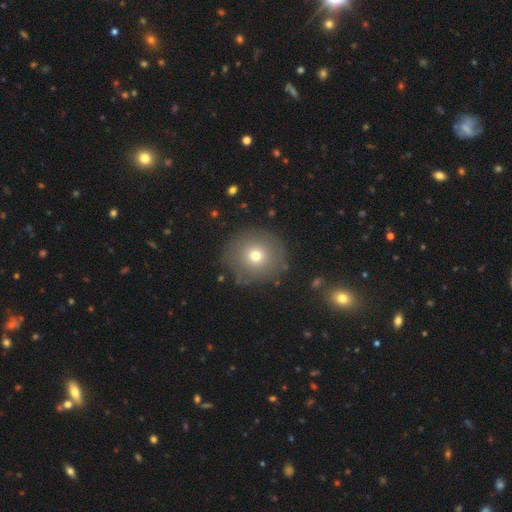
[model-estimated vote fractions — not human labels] Smooth or featured? Predicted: smooth (p=0.72). How rounded? Predicted: round (p=0.93). Merging? Predicted: none (p=0.86).